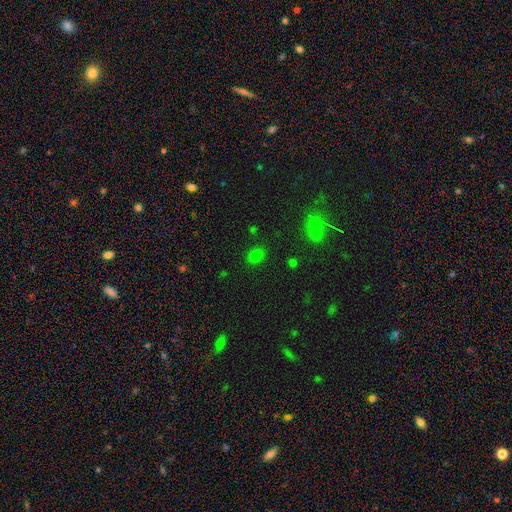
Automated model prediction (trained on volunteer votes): Overall: smooth (75%). How rounded: in between (63%; round 36%). Merging: none (83%).